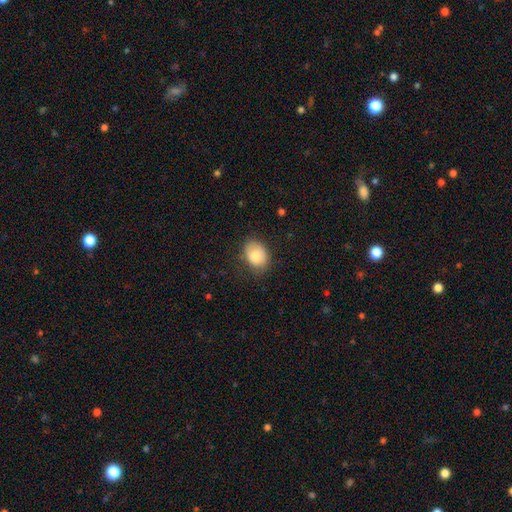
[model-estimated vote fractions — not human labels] The model was most divided on "how rounded": in between: 72%, round: 27%, cigar-shaped: 1%. More confident: smooth or featured — smooth (78%); merging — none (74%).